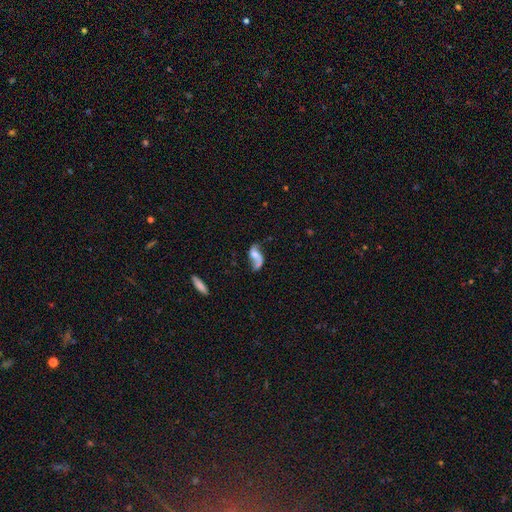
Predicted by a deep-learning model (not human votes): The model was most divided on "bulge size": moderate: 42%, small: 27%, none: 17%, large: 13%, dominant: 2%. More confident: edge-on disk — no (96%); spiral arms — yes (91%); spiral arm count — 2 (81%); spiral winding — loose (79%); smooth or featured — featured or disk (76%); bar — no (57%); merging — none (52%).